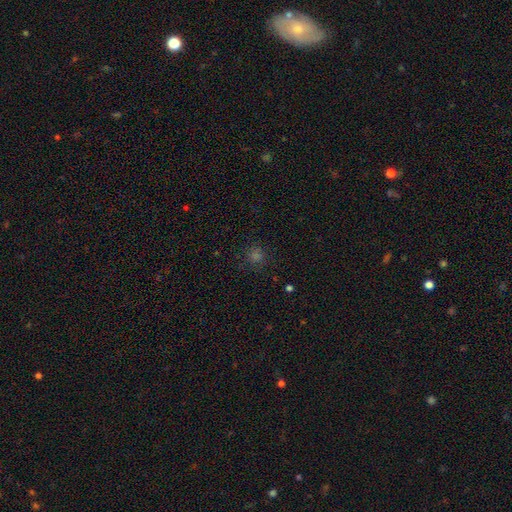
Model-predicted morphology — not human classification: type=smooth (64%); roundness=round (93%); merging=none (87%).